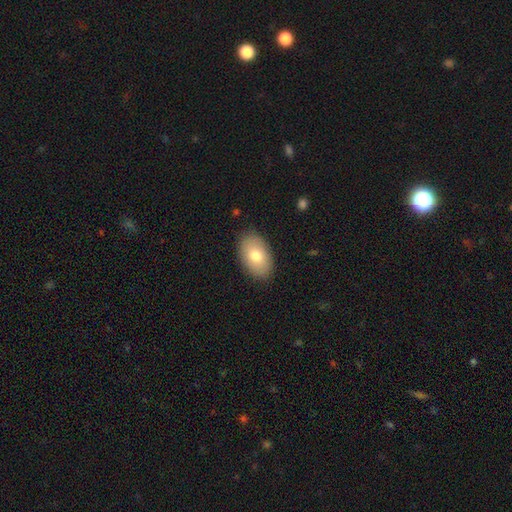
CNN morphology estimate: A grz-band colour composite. It shows a smooth galaxy with no disk features (77%) that is in between round and cigar-shaped (91%). Merging: none (87%).